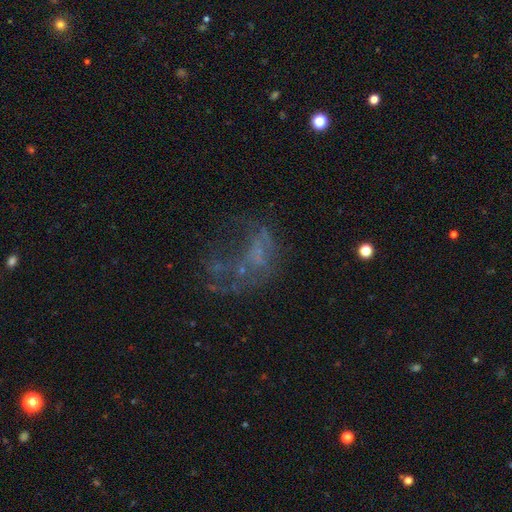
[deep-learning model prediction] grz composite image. It shows a featured or disk galaxy (47%). Merging: major disturbance (45%).